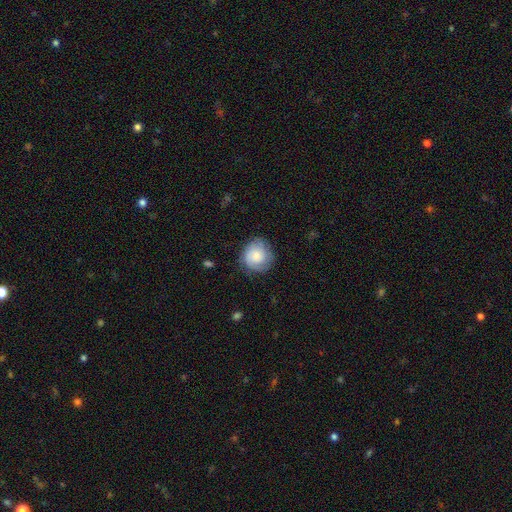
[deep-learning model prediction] Smooth or featured?
  - smooth: 62% *
  - featured or disk: 31%
  - star or artifact: 7%
How rounded?
  - round: 87% *
  - in between: 12%
  - cigar-shaped: 1%
Merging?
  - none: 75% *
  - minor disturbance: 18%
  - major disturbance: 6%
  - merger: 1%